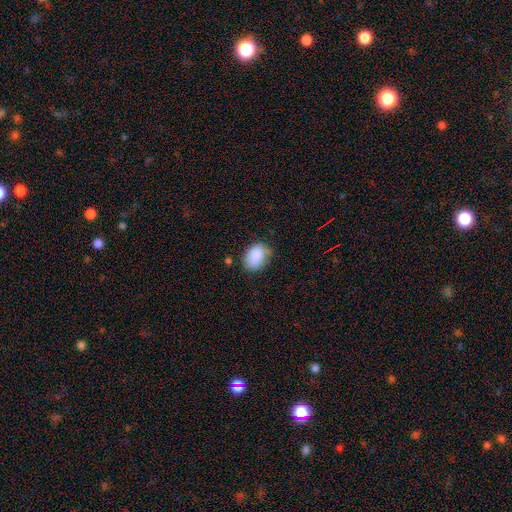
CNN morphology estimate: smooth 88%, star or artifact 7%, featured or disk 5%. Down the decision tree: how rounded — in between (78%); merging — none (70%).